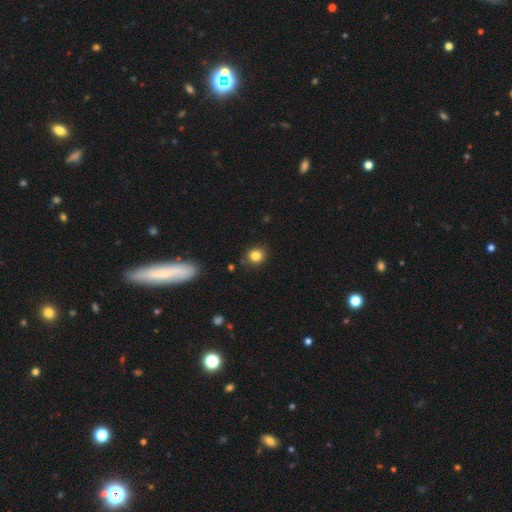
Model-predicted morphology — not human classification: Q: Smooth or featured?
A: smooth (83%); runner-up: star or artifact (11%)
Q: How rounded?
A: round (80%); runner-up: in between (19%)
Q: Merging?
A: none (84%); runner-up: minor disturbance (12%)